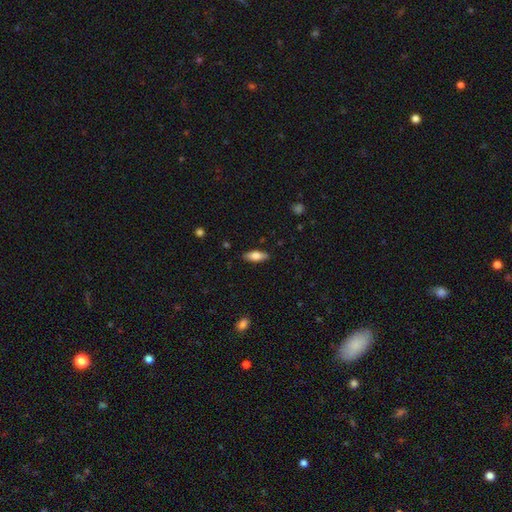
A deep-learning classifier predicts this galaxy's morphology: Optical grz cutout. It shows a smooth galaxy with no disk features (67%) that is in between round and cigar-shaped (67%). Merging: none (87%).